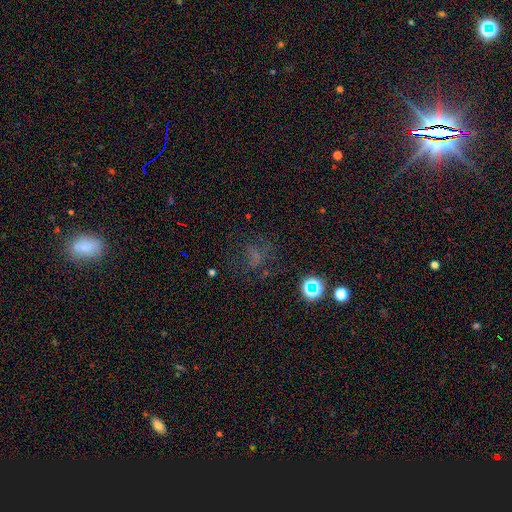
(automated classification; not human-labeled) This appears to be a star or artifact, not a galaxy (40%).